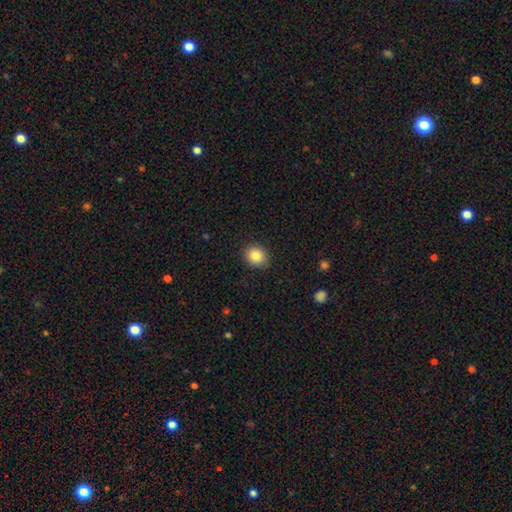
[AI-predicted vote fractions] The model was most divided on "how rounded": round: 77%, in between: 22%, cigar-shaped: 1%. More confident: merging — none (88%); smooth or featured — smooth (84%).